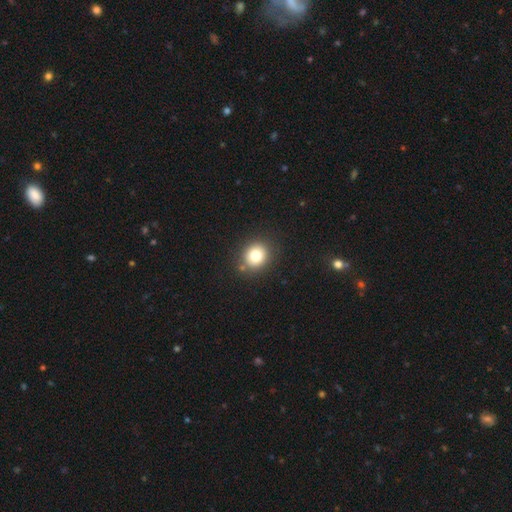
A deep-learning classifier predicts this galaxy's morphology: Smooth or featured: smooth — 78% (star or artifact — 12%)
How rounded: round — 82% (in between — 18%)
Merging: none — 83% (minor disturbance — 9%)